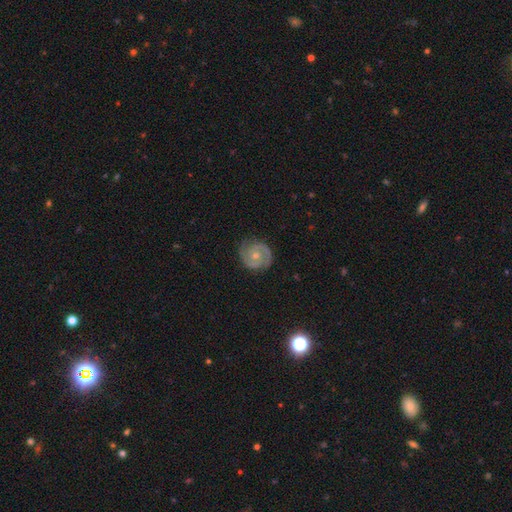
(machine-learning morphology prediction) Overall: featured or disk (84%). Edge-on disk: no (98%). Bar: no (71%). Spiral arms: yes (96%). Spiral arm count: 2 (84%). Spiral winding: tight (57%; medium 36%). Bulge size: small (55%; moderate 42%). Merging: none (80%).